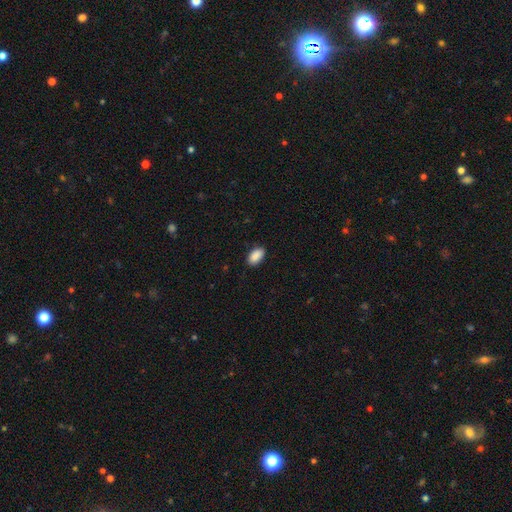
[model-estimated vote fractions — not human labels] This is clearly a smooth galaxy (90%). How rounded: clearly in between (94%). Merging: clearly none (87%).